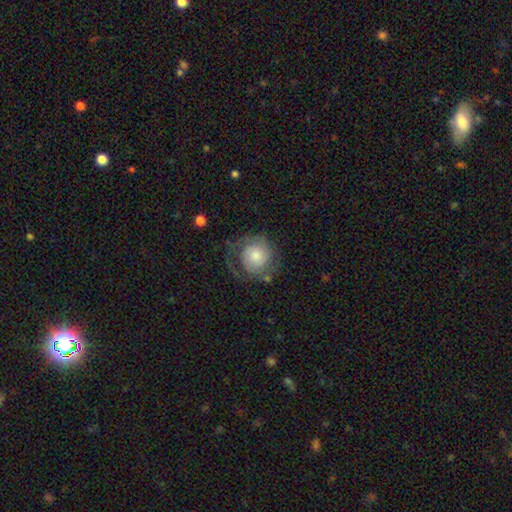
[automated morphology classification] Smooth or featured? featured or disk (60%)
Edge-on disk? no (98%)
Bar? no (79%)
Spiral arms? yes (87%)
Spiral winding? tight (45%)
Spiral arm count? 2 (61%)
Bulge size? moderate (38%)
Merging? none (57%)